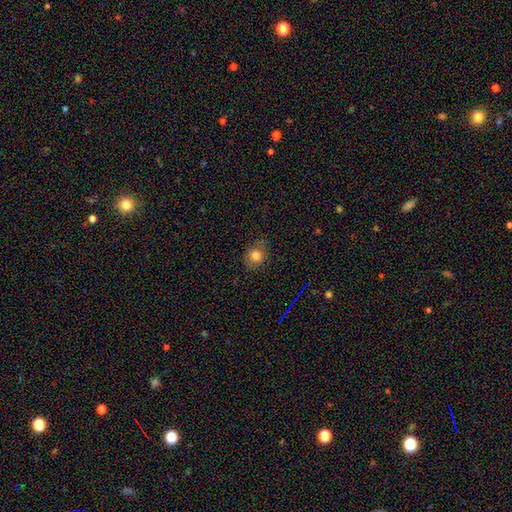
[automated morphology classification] smooth_or_featured: smooth (p=0.78) [alt: star or artifact p=0.13]
how_rounded: round (p=0.66) [alt: in between p=0.33]
merging: none (p=0.75) [alt: minor disturbance p=0.19]